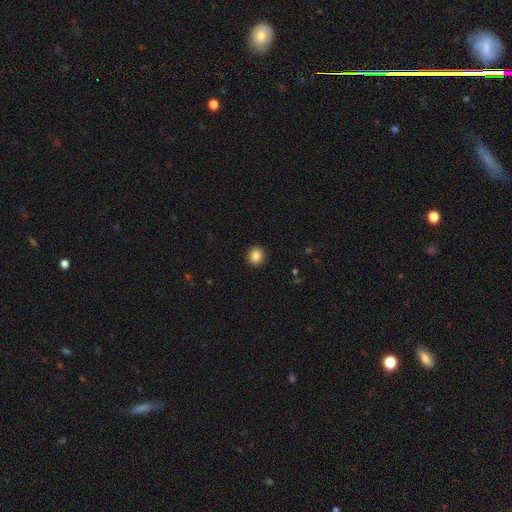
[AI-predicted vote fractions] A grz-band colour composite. It shows a smooth galaxy with no disk features (86%) that is round (81%). Merging: none (92%).